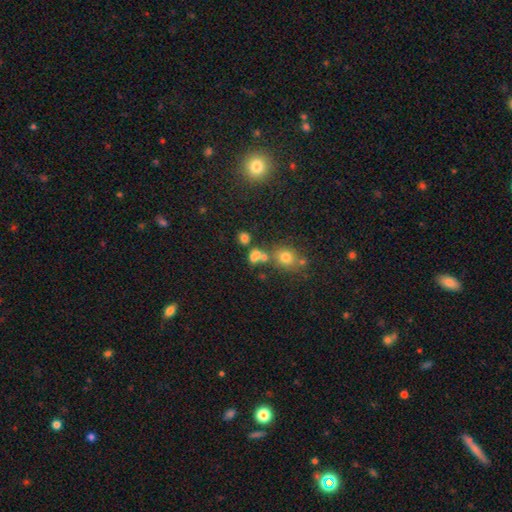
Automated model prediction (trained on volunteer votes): Smooth or featured: smooth — 70% (star or artifact — 19%)
How rounded: round — 51% (in between — 47%)
Merging: none — 47% (merger — 34%)